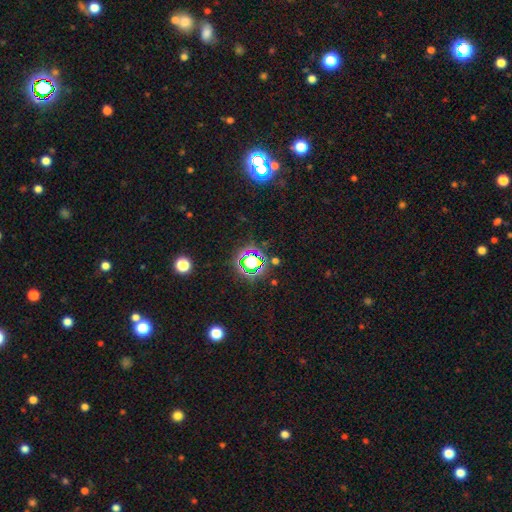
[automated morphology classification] type=star or artifact (73%).